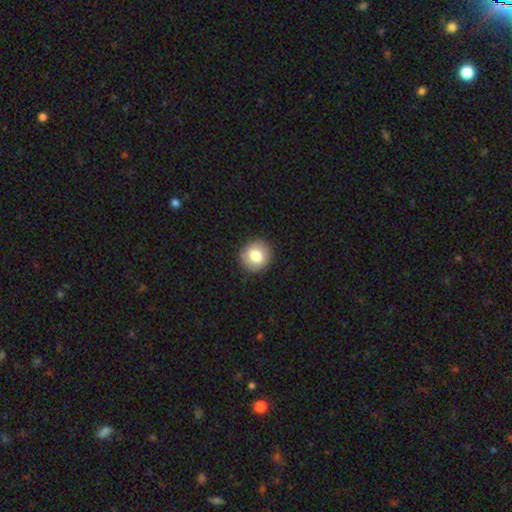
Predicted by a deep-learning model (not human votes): A smooth galaxy with no disk features (78%) that is round (85%).

Vote fractions:
- Smooth or featured? smooth: 78% / featured or disk: 14% / star or artifact: 9%
- How rounded? round: 85% / in between: 14% / cigar-shaped: 1%
- Merging? none: 89% / minor disturbance: 7% / major disturbance: 2% / merger: 1%